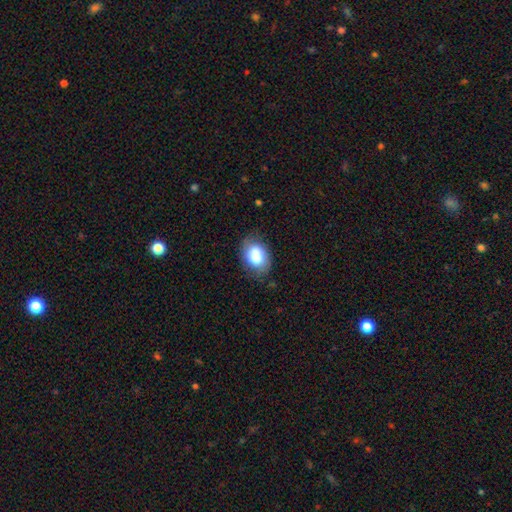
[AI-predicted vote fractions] Smooth or featured: smooth — 80% (featured or disk — 13%)
How rounded: in between — 78% (round — 21%)
Merging: none — 74% (minor disturbance — 19%)